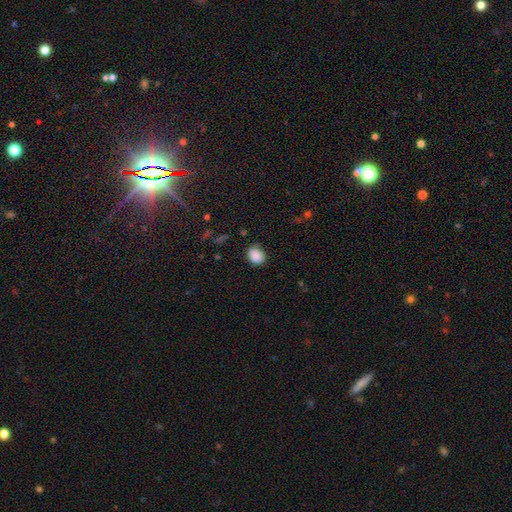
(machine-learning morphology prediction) Smooth or featured: smooth — 87% (star or artifact — 9%)
How rounded: round — 53% (in between — 46%)
Merging: none — 73% (minor disturbance — 20%)